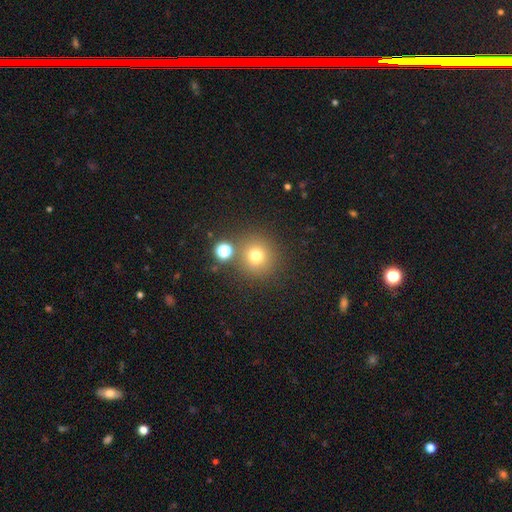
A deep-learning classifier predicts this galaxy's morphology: smooth_or_featured: smooth (p=0.73) [alt: star or artifact p=0.18]
how_rounded: round (p=0.93) [alt: in between p=0.06]
merging: none (p=0.80) [alt: merger p=0.09]